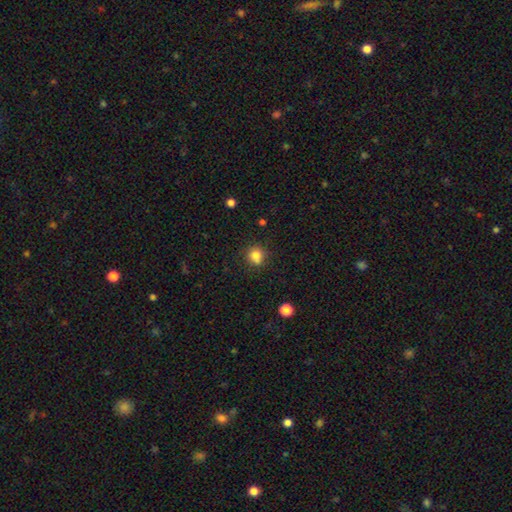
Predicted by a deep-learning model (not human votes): Overall: smooth (80%). How rounded: round (81%). Merging: none (68%).